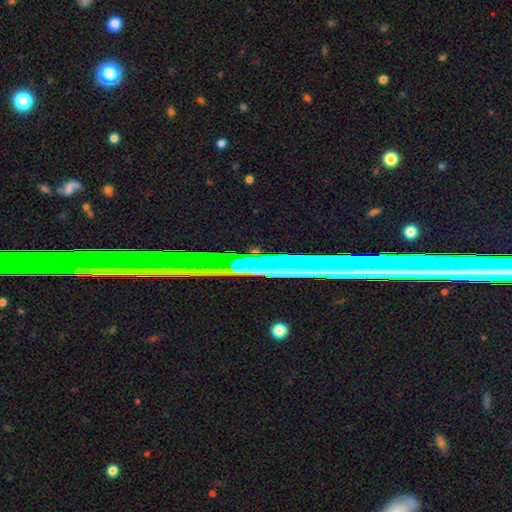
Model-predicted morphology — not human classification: This appears to be a featured or disk galaxy (43%). Merging: none (82%).